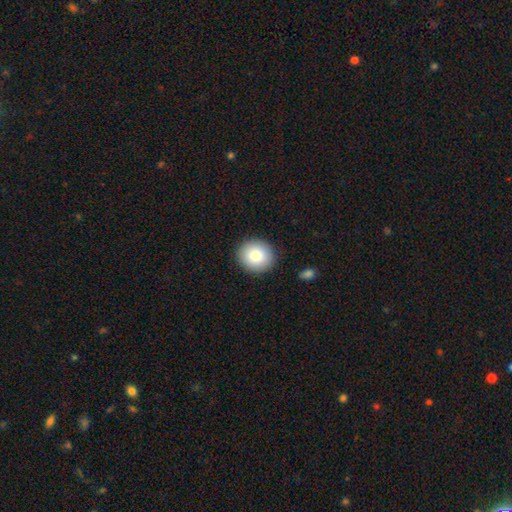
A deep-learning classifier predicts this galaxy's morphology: This is clearly a smooth galaxy (86%). How rounded: likely round (80%). Merging: clearly none (91%).